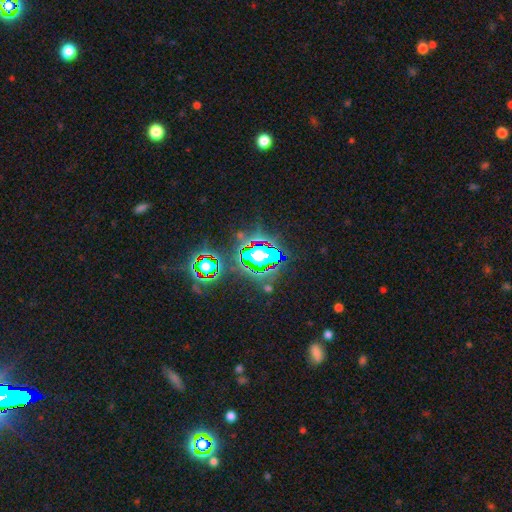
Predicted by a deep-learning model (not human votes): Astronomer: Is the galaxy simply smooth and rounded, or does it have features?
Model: star or artifact — 82%.